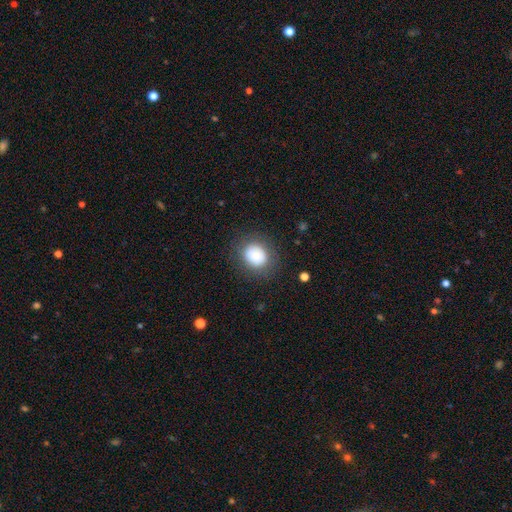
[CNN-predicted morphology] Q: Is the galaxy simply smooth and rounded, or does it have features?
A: smooth — 81%.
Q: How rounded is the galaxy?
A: round — 75%.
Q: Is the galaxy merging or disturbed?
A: none — 82%.